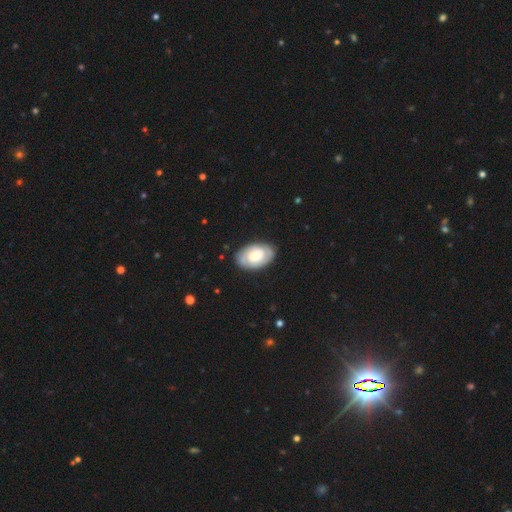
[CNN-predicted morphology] The model was most divided on "smooth or featured": featured or disk: 57%, smooth: 37%, star or artifact: 5%. More confident: edge-on disk — no (95%); merging — none (83%); bar — no (74%); spiral arms — yes (71%); bulge size — moderate (56%).